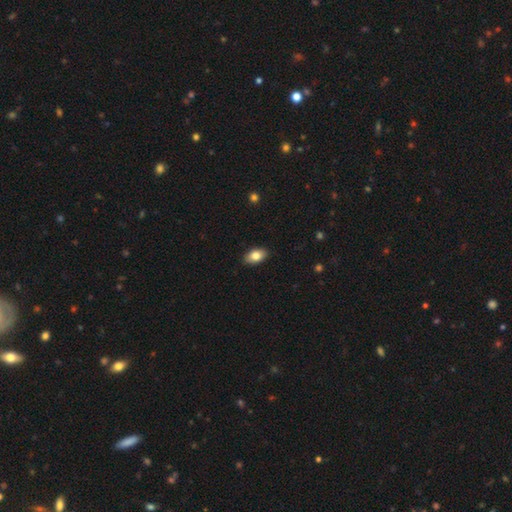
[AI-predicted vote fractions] Smooth or featured? smooth (82%)
How rounded? in between (91%)
Merging? none (89%)